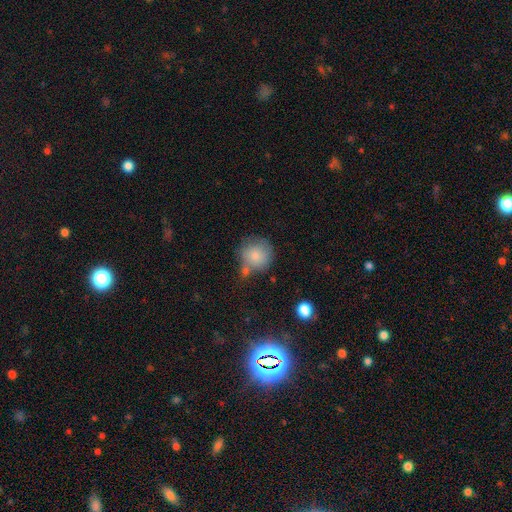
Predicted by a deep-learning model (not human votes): smooth_or_featured: smooth (p=0.82) [alt: featured or disk p=0.10]
how_rounded: round (p=0.91) [alt: in between p=0.08]
merging: none (p=0.56) [alt: minor disturbance p=0.20]